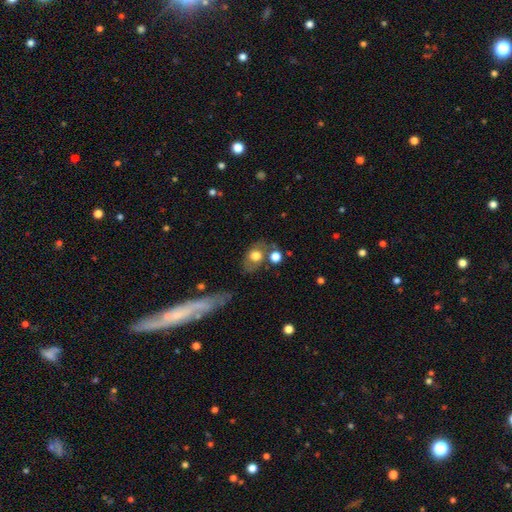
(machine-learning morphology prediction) Smooth or featured?
  - smooth: 65% *
  - featured or disk: 26%
  - star or artifact: 9%
How rounded?
  - in between: 63% *
  - round: 35%
  - cigar-shaped: 2%
Merging?
  - none: 58% *
  - minor disturbance: 17%
  - merger: 15%
  - major disturbance: 9%